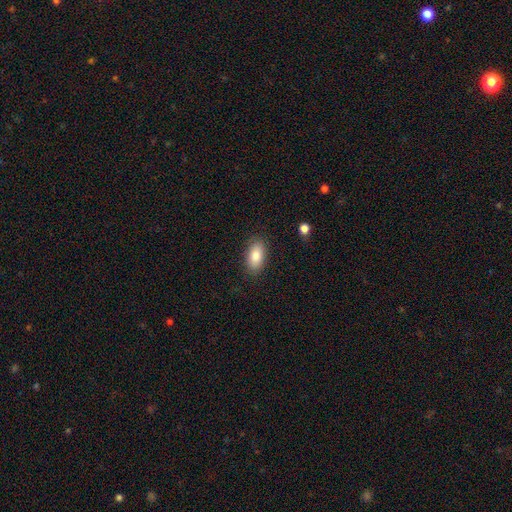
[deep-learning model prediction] smooth_or_featured: smooth (p=0.84) [alt: featured or disk p=0.09]
how_rounded: in between (p=0.91) [alt: cigar-shaped p=0.05]
merging: none (p=0.86) [alt: minor disturbance p=0.10]